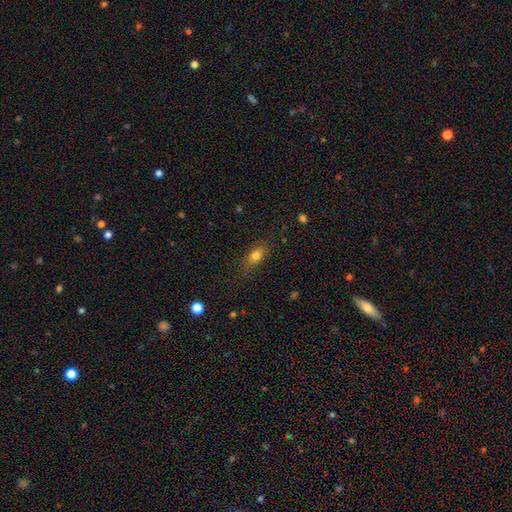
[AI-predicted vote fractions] A smooth galaxy with no disk features (76%) that is in between round and cigar-shaped (73%). Merging: none (78%).